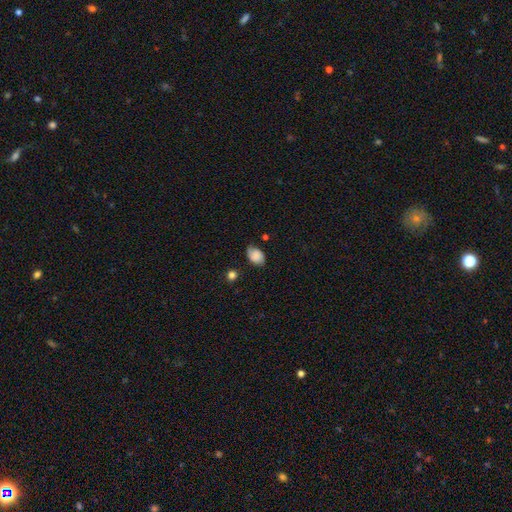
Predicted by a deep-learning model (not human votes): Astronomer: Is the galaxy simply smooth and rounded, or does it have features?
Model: smooth — 76%.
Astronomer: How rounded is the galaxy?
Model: in between — 83%.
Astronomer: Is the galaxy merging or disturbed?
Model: none — 68%.